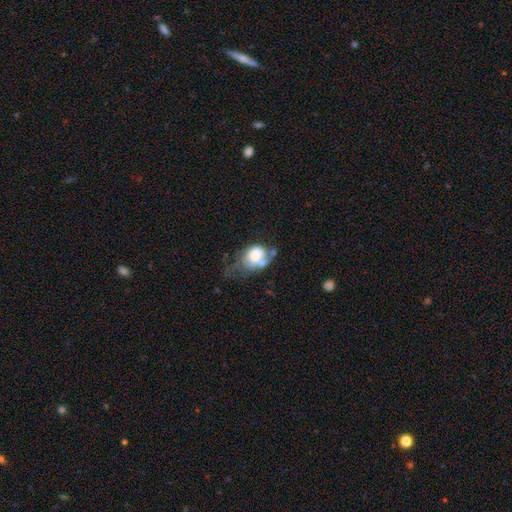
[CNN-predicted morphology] type=featured or disk (47%); merging=major disturbance (38%).